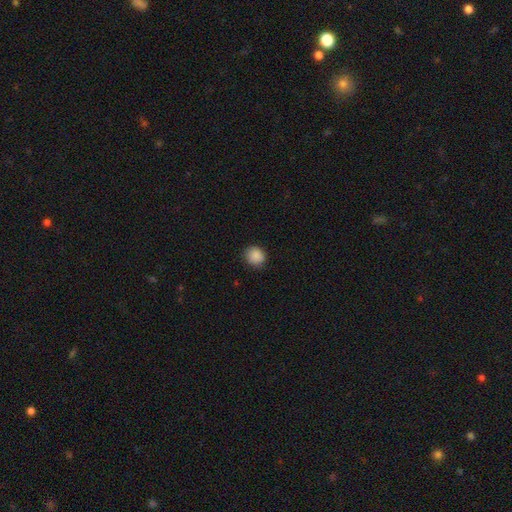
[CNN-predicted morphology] Smooth or featured: smooth — 88% (star or artifact — 9%)
How rounded: round — 78% (in between — 21%)
Merging: none — 85% (minor disturbance — 12%)